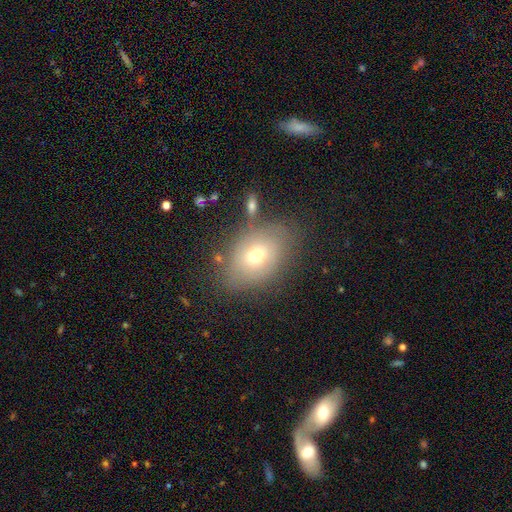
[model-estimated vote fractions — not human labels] This appears to be a smooth galaxy with no disk features (66%) that is in between round and cigar-shaped (76%). Merging: none (72%).